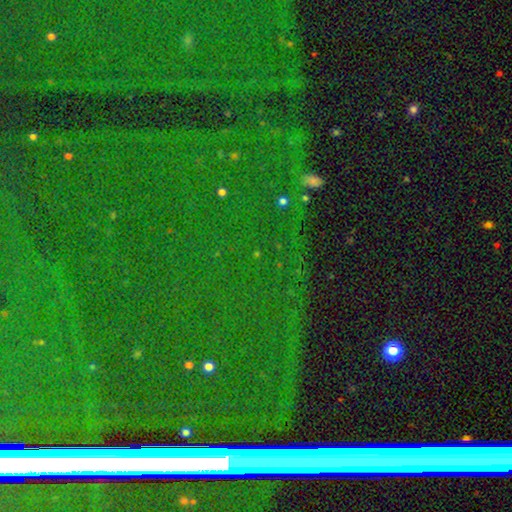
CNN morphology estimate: smooth_or_featured: star or artifact (p=0.78) [alt: smooth p=0.12]